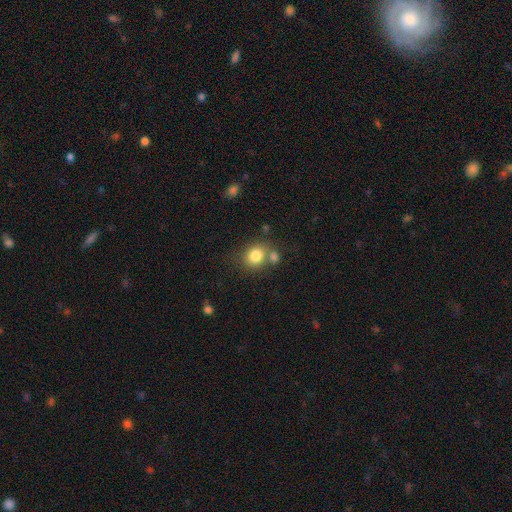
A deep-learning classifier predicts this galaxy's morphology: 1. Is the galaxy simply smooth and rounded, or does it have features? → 82% smooth, 10% star or artifact, 8% featured or disk.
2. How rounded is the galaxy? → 72% round, 27% in between, 1% cigar-shaped.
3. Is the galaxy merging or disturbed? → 60% none, 24% merger, 12% minor disturbance, 4% major disturbance.